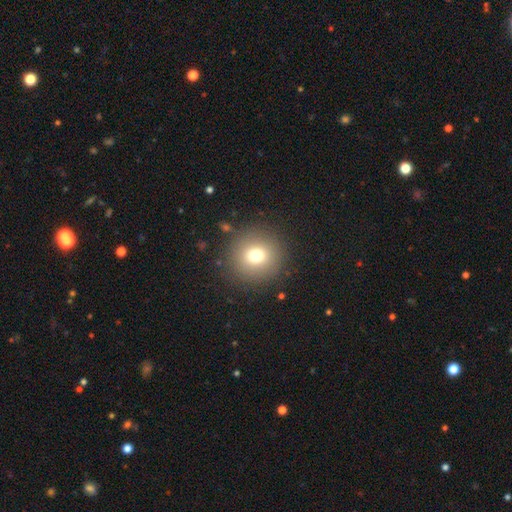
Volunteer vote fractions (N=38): Morphology: type=smooth (84%); roundness=round (100%); merging=none (91%).